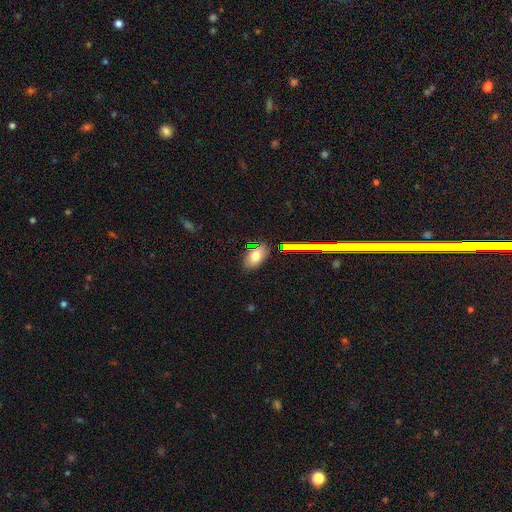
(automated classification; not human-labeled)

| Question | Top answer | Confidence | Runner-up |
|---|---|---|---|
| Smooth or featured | smooth | 73% | star or artifact (15%) |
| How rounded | in between | 87% | round (10%) |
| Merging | none | 81% | minor disturbance (13%) |